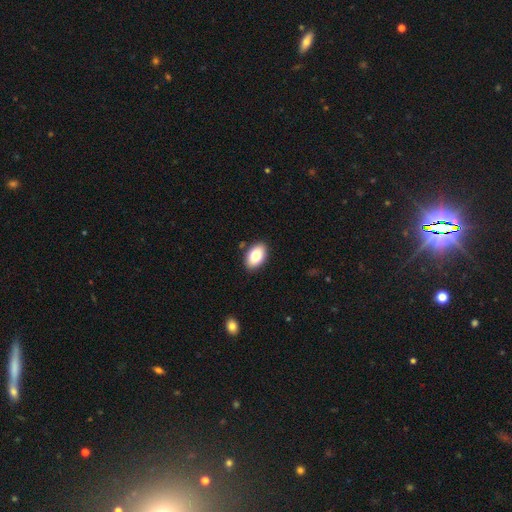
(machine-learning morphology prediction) This appears to be a smooth galaxy with no disk features (82%) that is in between round and cigar-shaped (91%). Merging: none (88%).